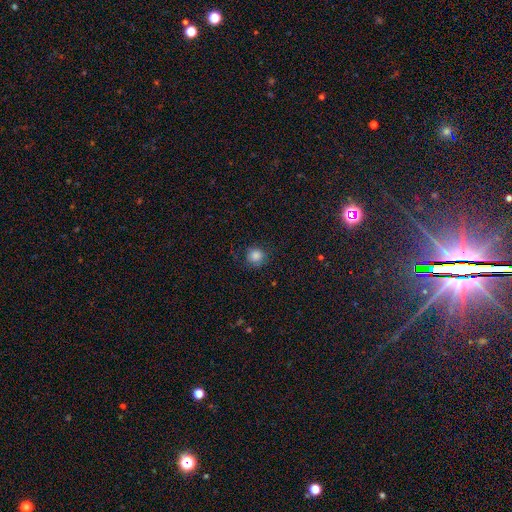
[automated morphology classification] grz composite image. It shows a smooth galaxy with no disk features (84%) that is round (89%). Merging: none (79%).